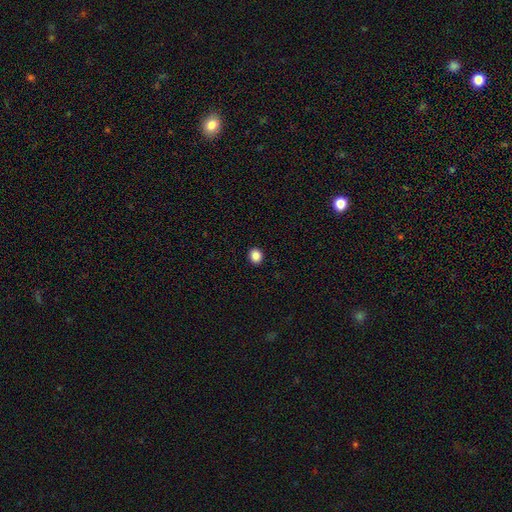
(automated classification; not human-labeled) Q: Smooth or featured?
A: smooth (87%); runner-up: star or artifact (10%)
Q: How rounded?
A: round (72%); runner-up: in between (27%)
Q: Merging?
A: none (93%); runner-up: minor disturbance (5%)